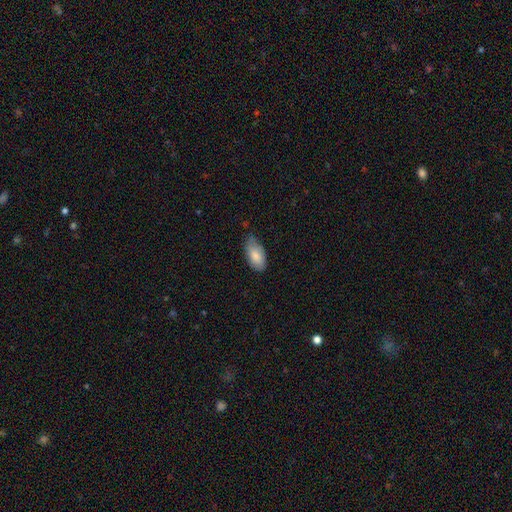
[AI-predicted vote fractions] Smooth or featured? smooth (81%)
How rounded? in between (94%)
Merging? none (59%)